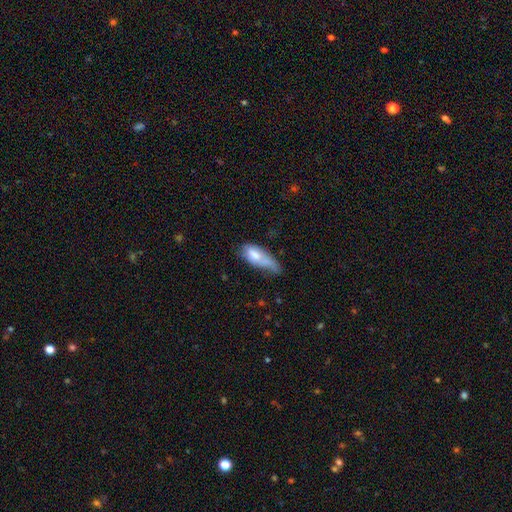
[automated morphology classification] smooth_or_featured: smooth (p=0.69) [alt: featured or disk p=0.24]
how_rounded: in between (p=0.77) [alt: cigar-shaped p=0.20]
merging: minor disturbance (p=0.36) [alt: major disturbance p=0.32]